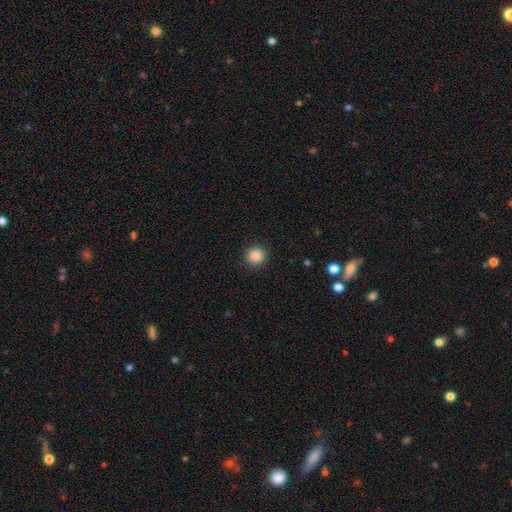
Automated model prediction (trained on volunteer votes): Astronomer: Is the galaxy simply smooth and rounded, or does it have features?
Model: smooth — 86%.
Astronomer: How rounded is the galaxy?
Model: round — 93%.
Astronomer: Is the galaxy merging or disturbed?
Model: none — 92%.